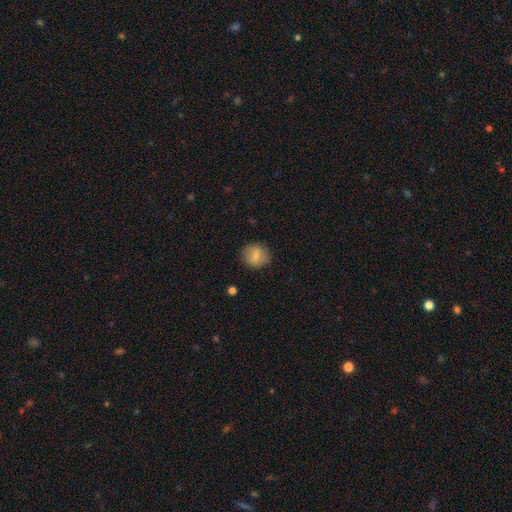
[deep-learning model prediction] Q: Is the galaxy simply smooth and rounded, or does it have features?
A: smooth — 77%.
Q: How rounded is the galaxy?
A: round — 82%.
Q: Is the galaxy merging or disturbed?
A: none — 84%.